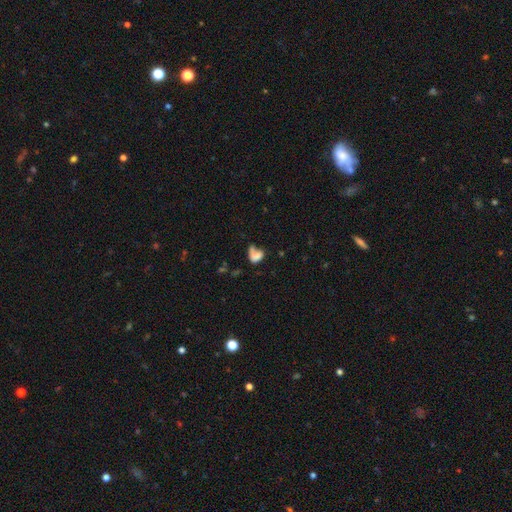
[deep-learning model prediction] The model was most divided on "merging": major disturbance: 30%, merger: 28%, none: 25%, minor disturbance: 17%. More confident: how rounded — in between (78%); smooth or featured — smooth (60%).